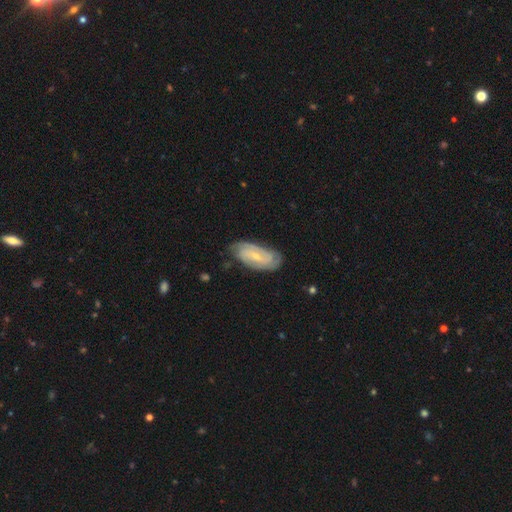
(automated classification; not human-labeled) Smooth or featured: featured or disk — 75% (smooth — 19%)
Edge-on disk: no — 94% (yes — 6%)
Bar: weak — 44% (no — 42%)
Spiral arms: yes — 92% (no — 8%)
Spiral winding: tight — 59% (medium — 32%)
Spiral arm count: 2 — 41% (can't tell — 31%)
Bulge size: small — 67% (moderate — 29%)
Merging: none — 73% (minor disturbance — 21%)